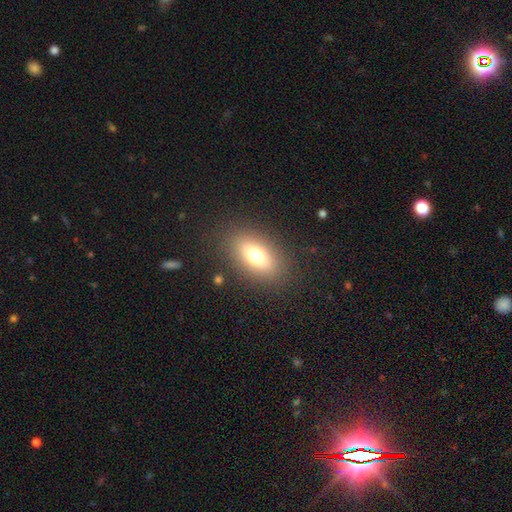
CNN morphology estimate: Smooth or featured: smooth — 71% (featured or disk — 18%)
How rounded: in between — 84% (round — 9%)
Merging: none — 85% (minor disturbance — 9%)